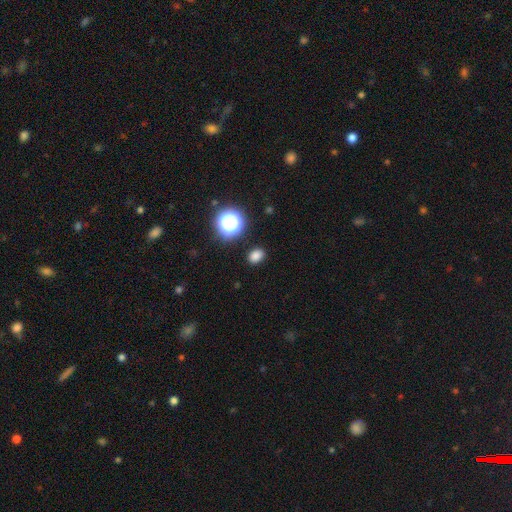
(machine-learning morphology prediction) Overall: smooth (79%). How rounded: in between (67%; round 31%). Merging: none (87%).